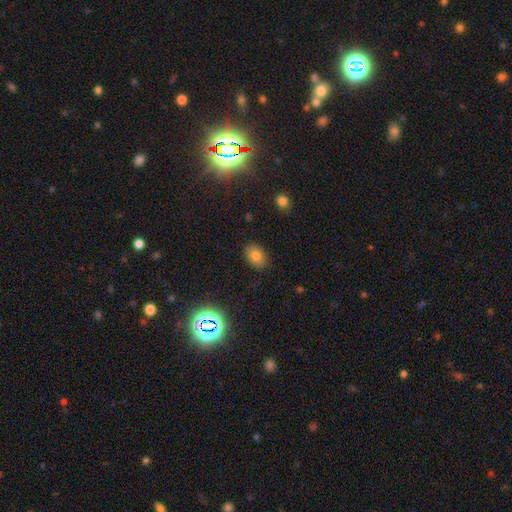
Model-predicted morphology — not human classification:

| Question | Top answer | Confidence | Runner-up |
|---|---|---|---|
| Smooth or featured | smooth | 79% | star or artifact (11%) |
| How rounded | in between | 80% | round (19%) |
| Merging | none | 86% | minor disturbance (10%) |